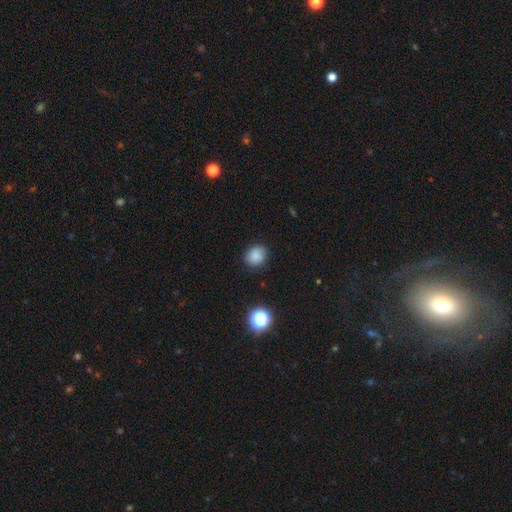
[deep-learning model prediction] The model was most divided on "how rounded": round: 69%, in between: 30%, cigar-shaped: 1%. More confident: smooth or featured — smooth (84%); merging — none (83%).